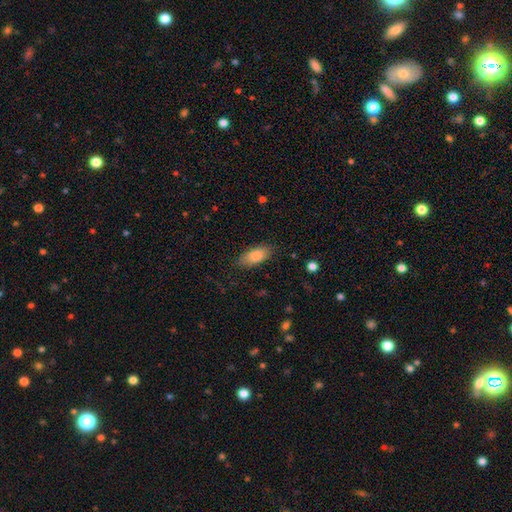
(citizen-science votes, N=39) Volunteers were most divided on "smooth or featured": smooth: 85%, featured or disk: 13%, star or artifact: 3%. More confident: how rounded — in between (91%); merging — none (87%).